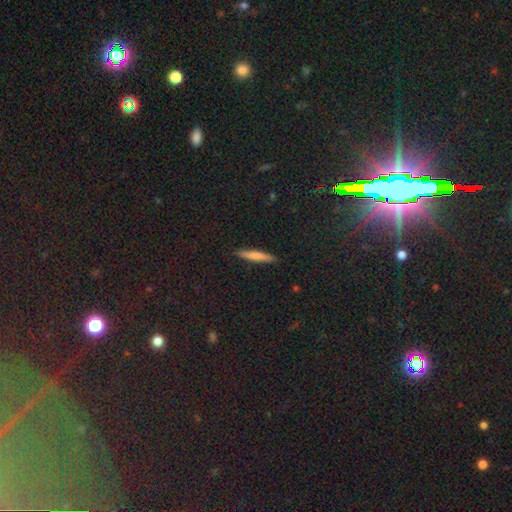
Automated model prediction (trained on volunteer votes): Smooth or featured? smooth (69%)
How rounded? cigar-shaped (92%)
Merging? none (91%)